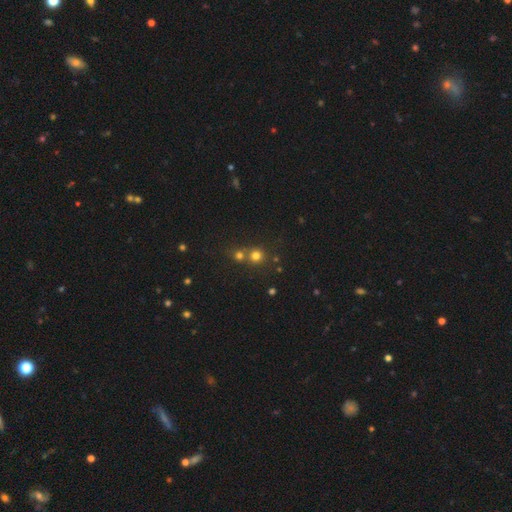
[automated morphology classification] A smooth galaxy with no disk features (72%) that is round (90%).

Vote fractions:
- Smooth or featured? smooth: 72% / star or artifact: 20% / featured or disk: 8%
- How rounded? round: 90% / in between: 9% / cigar-shaped: 1%
- Merging? none: 55% / merger: 37% / minor disturbance: 6% / major disturbance: 2%